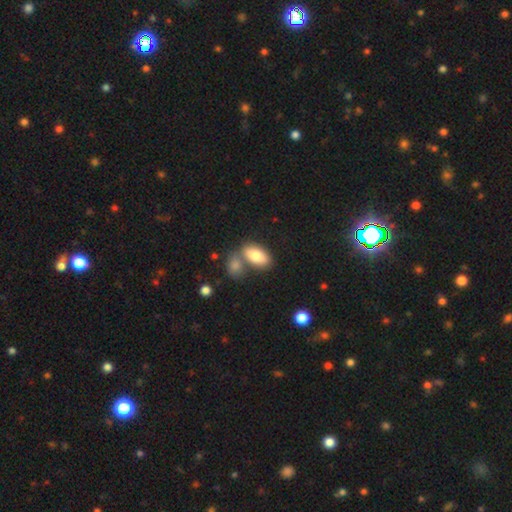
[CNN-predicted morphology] smooth-or-featured: smooth: 80% | featured or disk: 13% | star or artifact: 7%
  how-rounded: in between: 91% | cigar-shaped: 5% | round: 4%
  merging: none: 49% | merger: 36% | minor disturbance: 11% | major disturbance: 4%